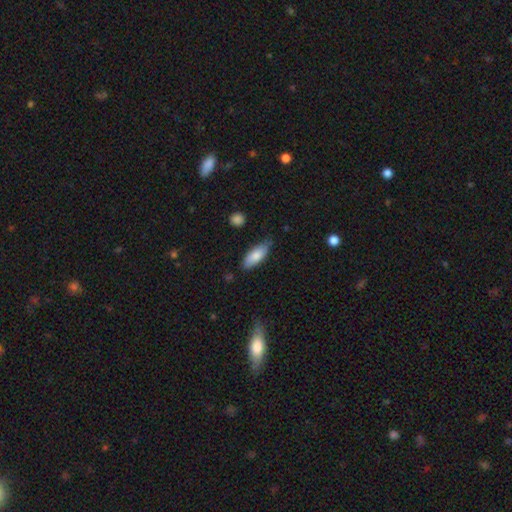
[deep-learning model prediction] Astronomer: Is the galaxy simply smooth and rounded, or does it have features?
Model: smooth — 80%.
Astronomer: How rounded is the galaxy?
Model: in between — 79%.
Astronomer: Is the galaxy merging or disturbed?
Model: none — 72%.